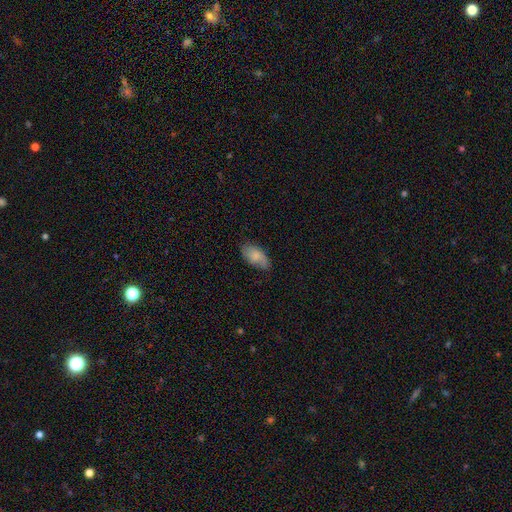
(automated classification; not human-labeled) Smooth or featured: smooth — 73% (featured or disk — 19%)
How rounded: in between — 93% (cigar-shaped — 3%)
Merging: none — 67% (minor disturbance — 25%)